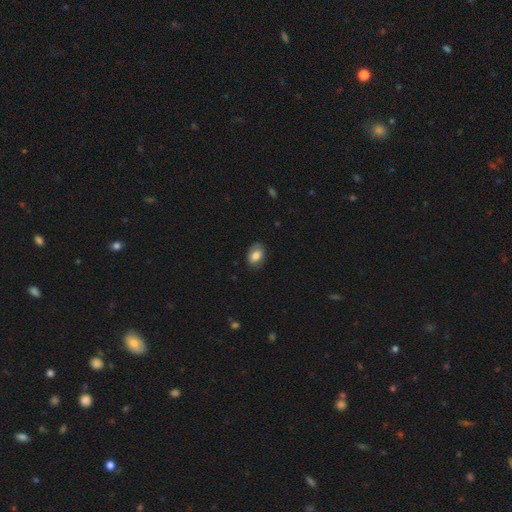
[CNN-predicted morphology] Overall: smooth (77%). How rounded: in between (82%). Merging: none (81%).